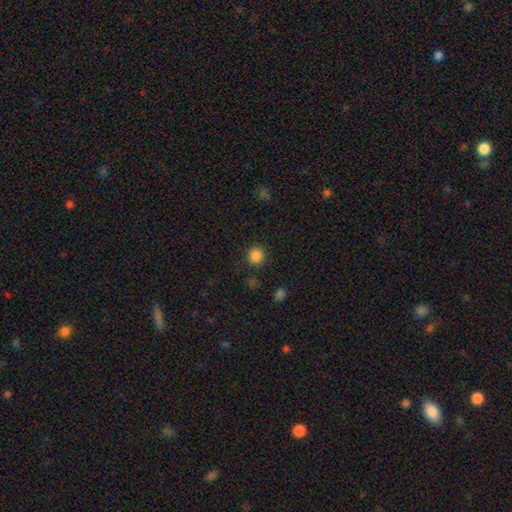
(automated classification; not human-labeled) The model was most divided on "smooth or featured": smooth: 85%, star or artifact: 12%, featured or disk: 3%. More confident: how rounded — round (93%); merging — none (88%).